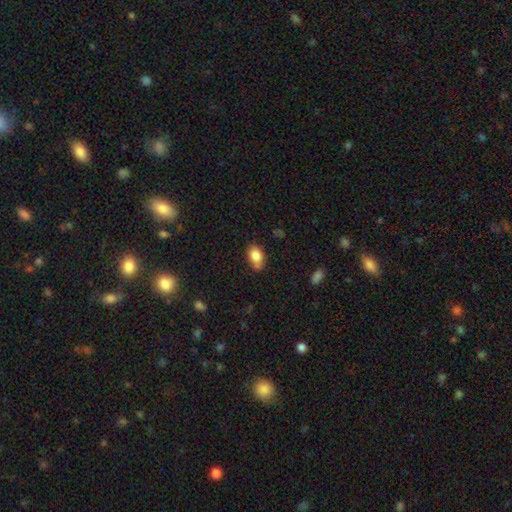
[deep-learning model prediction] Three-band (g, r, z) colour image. It shows a smooth galaxy with no disk features (85%) that is in between round and cigar-shaped (85%). Merging: none (62%).